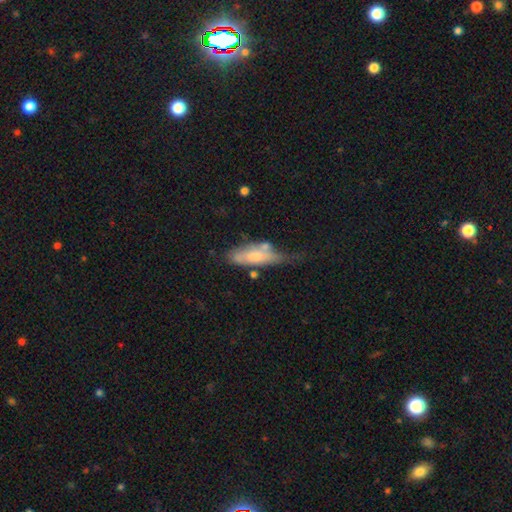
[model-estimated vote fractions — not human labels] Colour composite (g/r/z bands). It shows a smooth galaxy with no disk features (58%) that is in between round and cigar-shaped (60%). Merging: minor disturbance (33%).